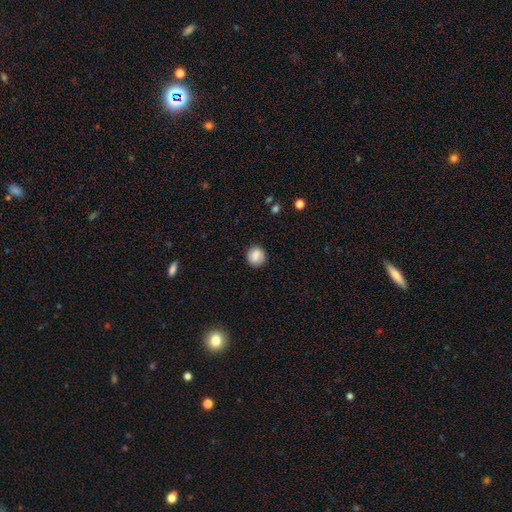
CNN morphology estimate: Q: Smooth or featured?
A: smooth (83%); runner-up: featured or disk (9%)
Q: How rounded?
A: round (87%); runner-up: in between (12%)
Q: Merging?
A: none (84%); runner-up: minor disturbance (11%)